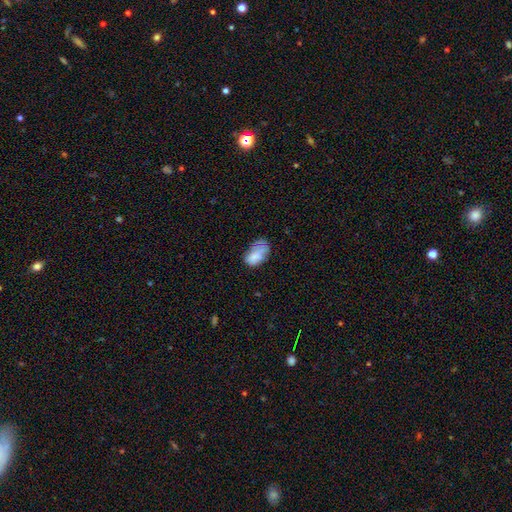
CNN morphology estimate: Smooth or featured? Predicted: smooth (p=0.74). How rounded? Predicted: in between (p=0.91). Merging? Predicted: none (p=0.37).